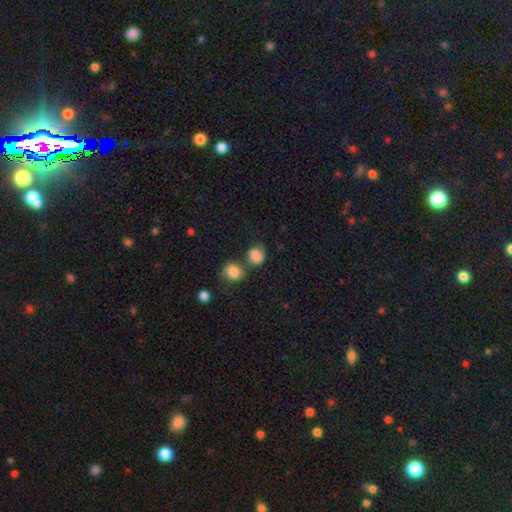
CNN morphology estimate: Smooth or featured: smooth — 81% (star or artifact — 11%)
How rounded: round — 67% (in between — 32%)
Merging: none — 45% (merger — 27%)